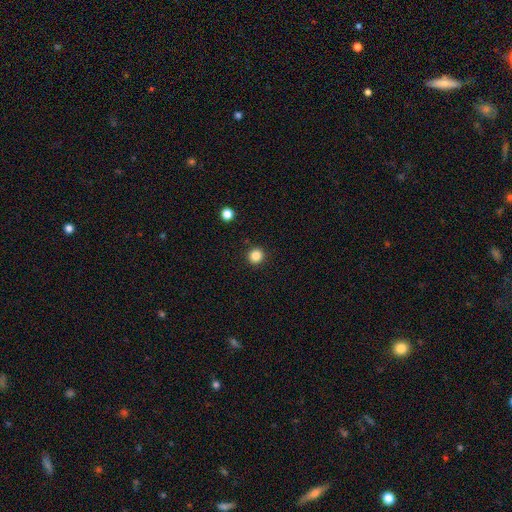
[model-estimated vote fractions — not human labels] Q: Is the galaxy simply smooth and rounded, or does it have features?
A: smooth — 85%.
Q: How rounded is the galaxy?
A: round — 93%.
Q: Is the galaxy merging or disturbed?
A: none — 92%.